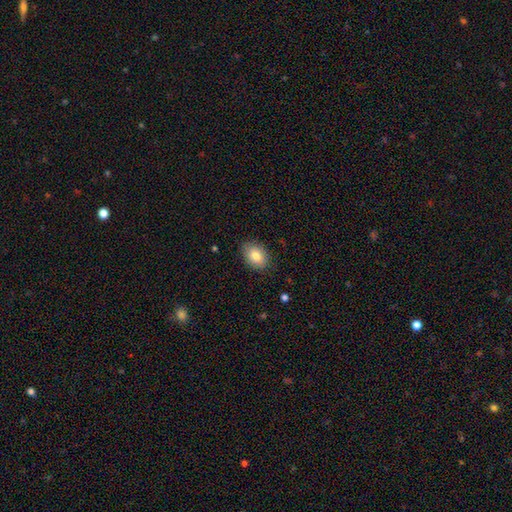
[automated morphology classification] smooth-or-featured: smooth: 83% | featured or disk: 10% | star or artifact: 7%
  how-rounded: in between: 79% | round: 20% | cigar-shaped: 1%
  merging: none: 85% | minor disturbance: 12% | major disturbance: 3% | merger: 1%